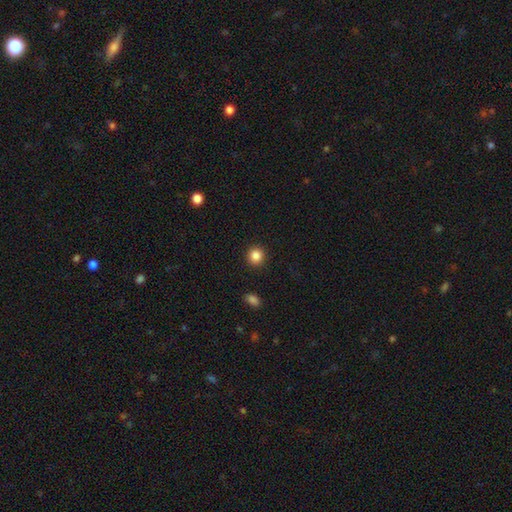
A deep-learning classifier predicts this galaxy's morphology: Smooth or featured: smooth — 85% (star or artifact — 11%)
How rounded: round — 91% (in between — 8%)
Merging: none — 92% (minor disturbance — 5%)